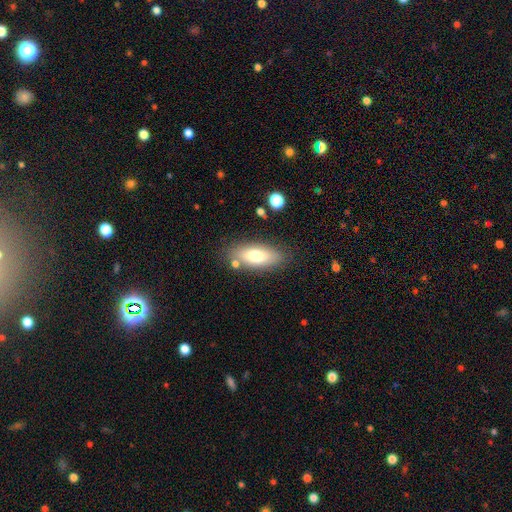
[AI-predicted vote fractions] Morphology: type=smooth (71%); roundness=in between (79%); merging=none (77%).